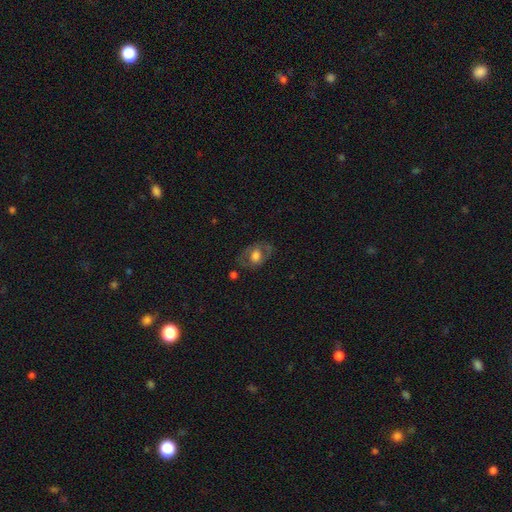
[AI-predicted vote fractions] smooth 47%, featured or disk 45%, star or artifact 8%. Down the decision tree: merging — none (67%).